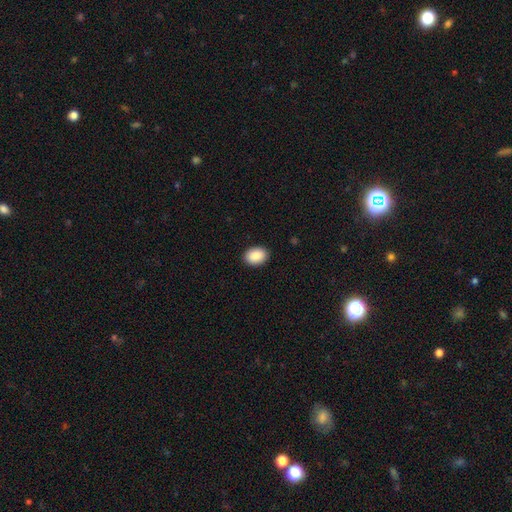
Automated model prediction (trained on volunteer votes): Morphology: type=smooth (90%); roundness=in between (80%); merging=none (91%).